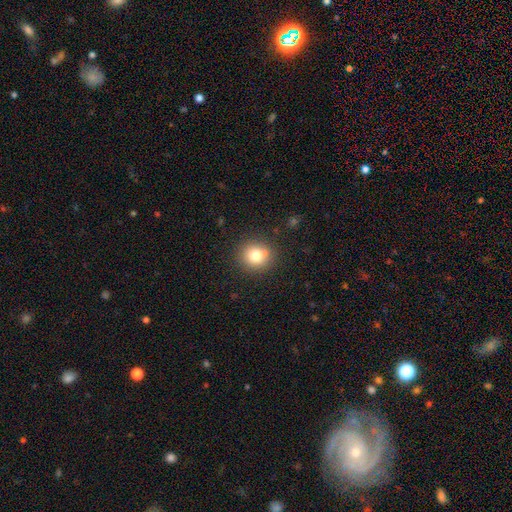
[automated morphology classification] Q: Smooth or featured?
A: smooth (77%); runner-up: star or artifact (13%)
Q: How rounded?
A: round (87%); runner-up: in between (12%)
Q: Merging?
A: none (81%); runner-up: minor disturbance (10%)